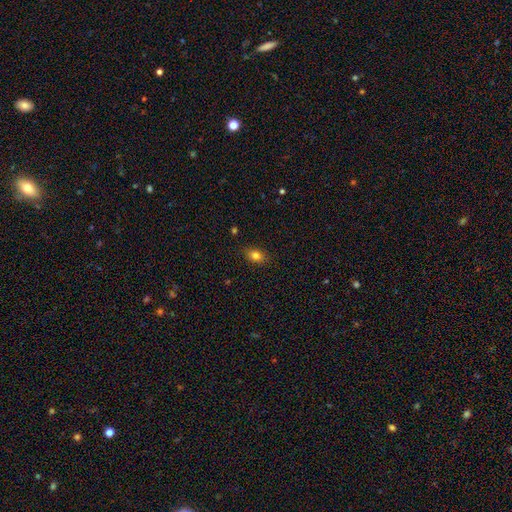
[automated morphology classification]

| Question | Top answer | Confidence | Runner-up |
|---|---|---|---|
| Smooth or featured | smooth | 81% | star or artifact (11%) |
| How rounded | in between | 78% | round (19%) |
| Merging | none | 86% | minor disturbance (10%) |